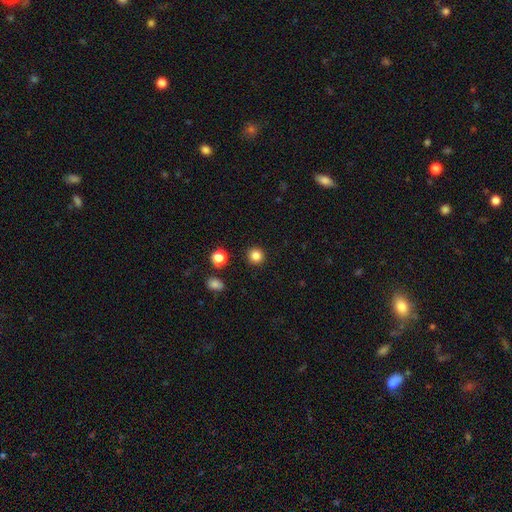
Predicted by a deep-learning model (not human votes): Morphology: type=smooth (84%); roundness=round (94%); merging=none (92%).